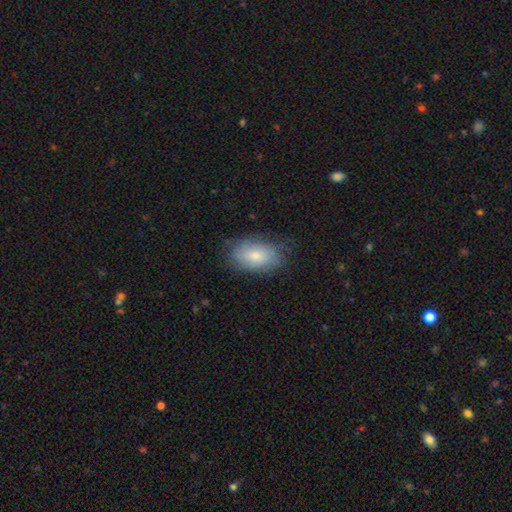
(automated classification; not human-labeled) smooth 73%, featured or disk 20%, star or artifact 7%. Down the decision tree: how rounded — in between (92%); merging — none (74%).